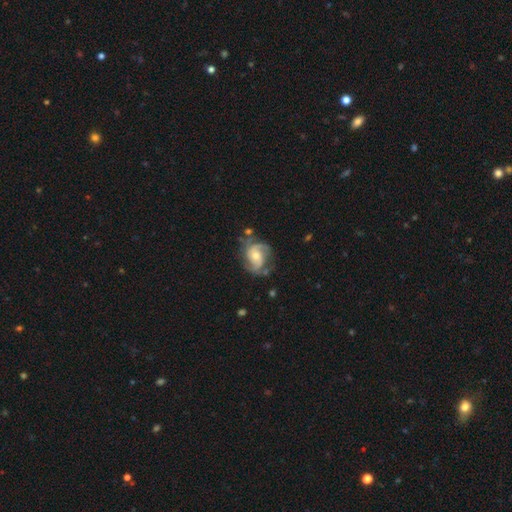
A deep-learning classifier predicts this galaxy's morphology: Q: Smooth or featured?
A: featured or disk (85%); runner-up: smooth (10%)
Q: Edge-on disk?
A: no (98%); runner-up: yes (2%)
Q: Bar?
A: no (61%); runner-up: weak (32%)
Q: Spiral arms?
A: yes (96%); runner-up: no (4%)
Q: Spiral winding?
A: medium (49%); runner-up: tight (33%)
Q: Spiral arm count?
A: 2 (62%); runner-up: 3 (18%)
Q: Bulge size?
A: moderate (56%); runner-up: small (37%)
Q: Merging?
A: none (64%); runner-up: minor disturbance (22%)